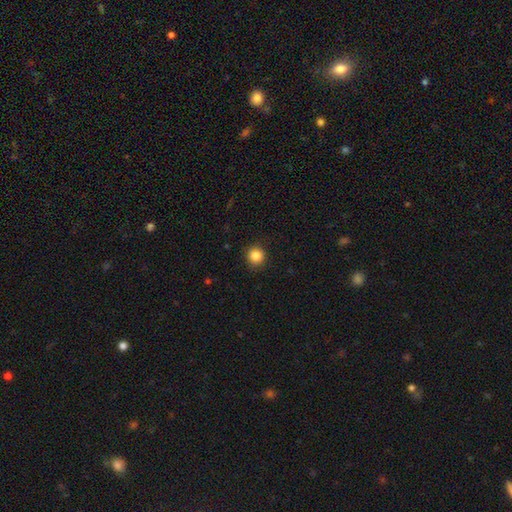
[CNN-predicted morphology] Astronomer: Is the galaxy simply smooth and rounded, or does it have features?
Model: smooth — 86%.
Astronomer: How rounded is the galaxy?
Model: round — 94%.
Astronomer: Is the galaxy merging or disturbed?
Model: none — 91%.